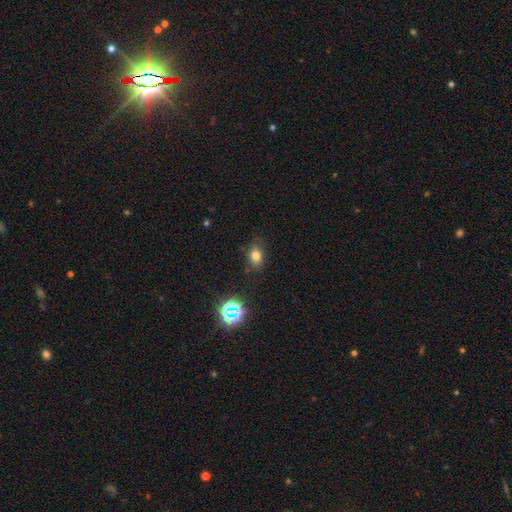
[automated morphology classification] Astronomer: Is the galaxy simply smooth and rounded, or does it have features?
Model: smooth — 73%.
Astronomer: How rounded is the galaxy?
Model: in between — 68%.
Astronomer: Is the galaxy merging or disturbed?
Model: none — 78%.